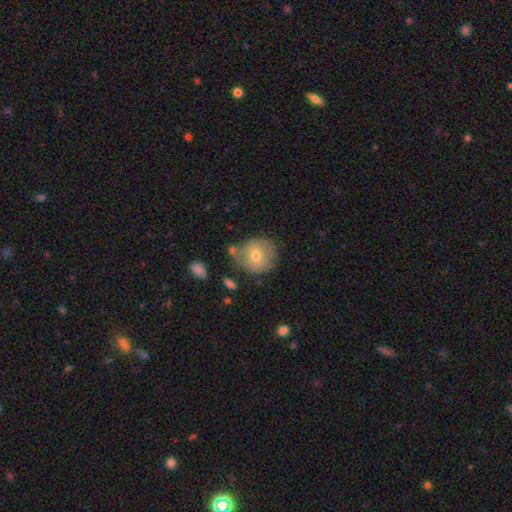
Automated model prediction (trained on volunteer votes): smooth 66%, featured or disk 26%, star or artifact 8%. Down the decision tree: how rounded — round (86%); merging — none (67%).